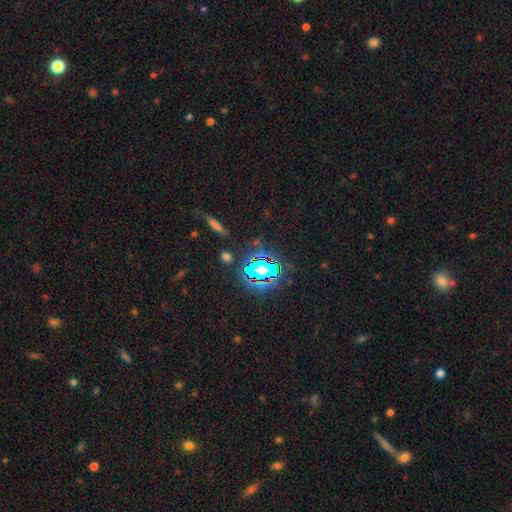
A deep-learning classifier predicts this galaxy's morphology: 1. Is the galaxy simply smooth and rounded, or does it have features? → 79% star or artifact, 12% smooth, 8% featured or disk.